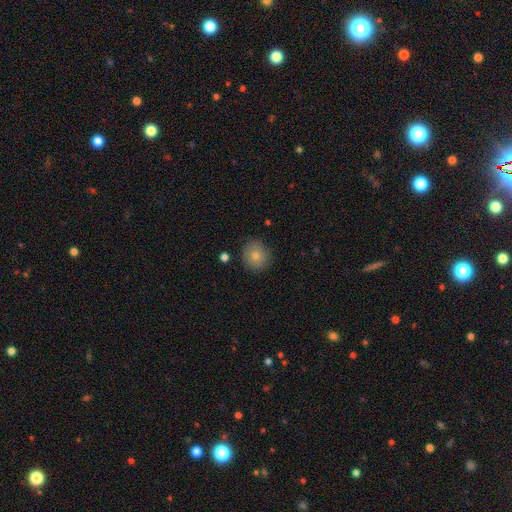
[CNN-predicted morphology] A smooth galaxy with no disk features (80%) that is round (86%). Merging: none (86%).